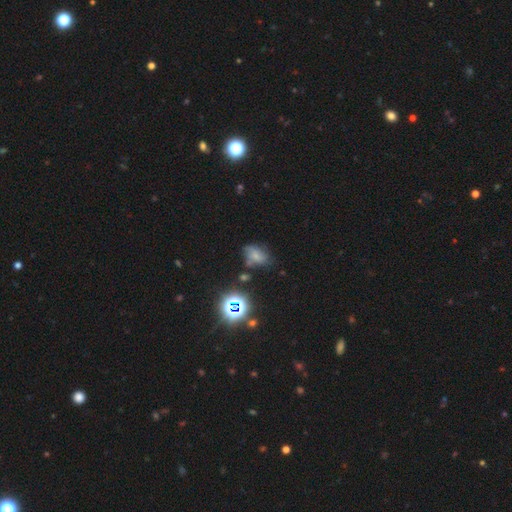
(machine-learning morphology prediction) smooth_or_featured: smooth (p=0.48) [alt: star or artifact p=0.26]
merging: none (p=0.45) [alt: minor disturbance p=0.30]